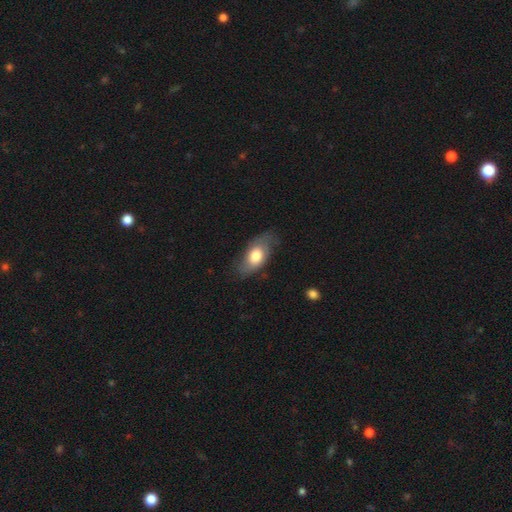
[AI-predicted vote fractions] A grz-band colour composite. It shows a smooth galaxy with no disk features (65%) that is in between round and cigar-shaped (89%). Merging: none (66%).